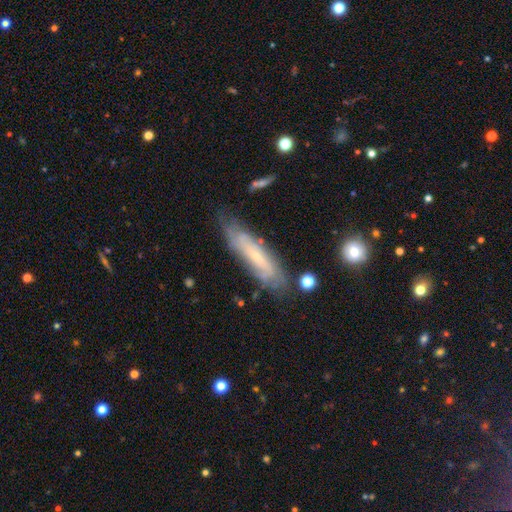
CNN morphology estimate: This is likely a featured or disk galaxy (65%). It is likely not viewed edge-on (68%). Merging: likely none (70%).